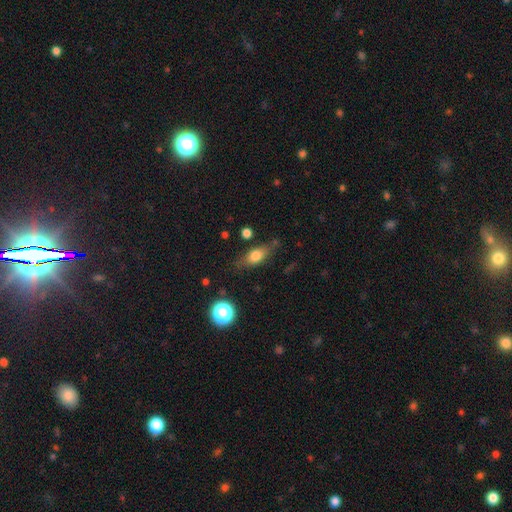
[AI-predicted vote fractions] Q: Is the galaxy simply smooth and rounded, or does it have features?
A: smooth — 68%.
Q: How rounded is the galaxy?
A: in between — 69%.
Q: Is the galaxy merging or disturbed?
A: none — 71%.